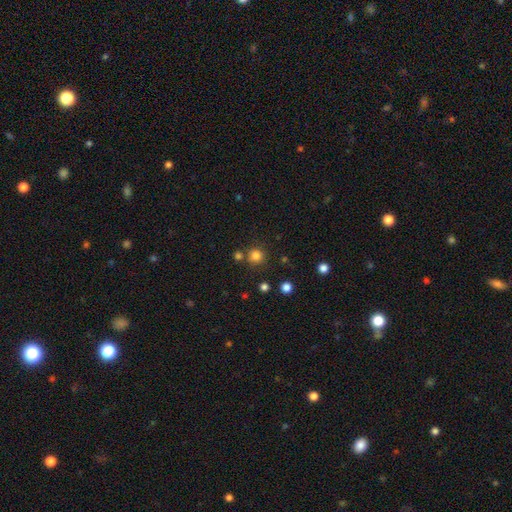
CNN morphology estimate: Overall: smooth (80%). How rounded: round (93%). Merging: none (77%).